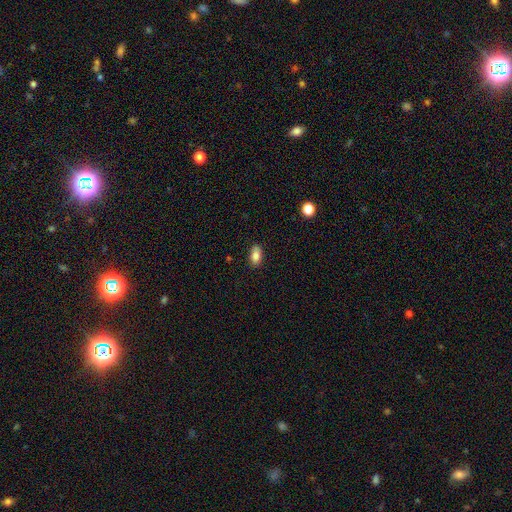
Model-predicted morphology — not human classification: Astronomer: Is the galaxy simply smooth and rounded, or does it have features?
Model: smooth — 85%.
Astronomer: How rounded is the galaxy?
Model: in between — 89%.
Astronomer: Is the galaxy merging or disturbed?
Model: none — 83%.